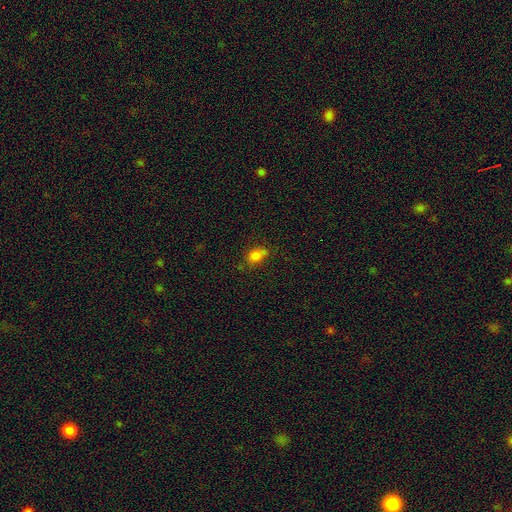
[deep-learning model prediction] smooth 79%, star or artifact 13%, featured or disk 8%. Down the decision tree: how rounded — in between (74%); merging — none (62%).